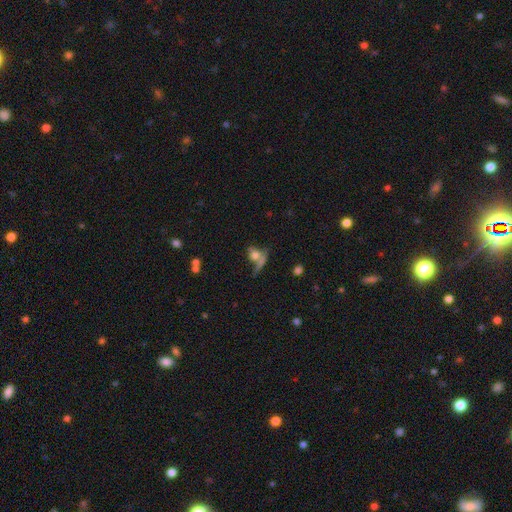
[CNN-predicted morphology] Smooth or featured? smooth (63%)
How rounded? round (55%)
Merging? none (39%)